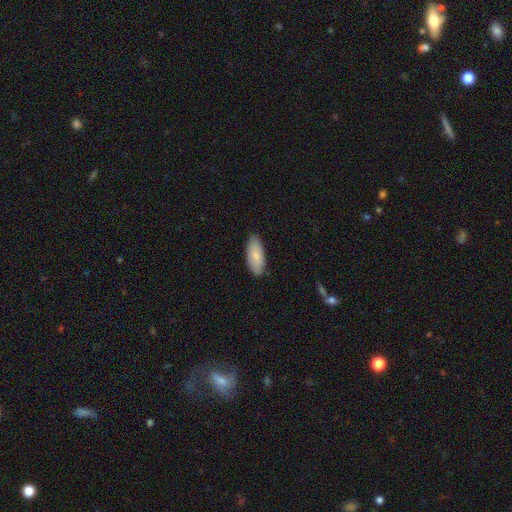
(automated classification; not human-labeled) smooth 80%, featured or disk 14%, star or artifact 6%. Down the decision tree: how rounded — in between (86%); merging — none (84%).